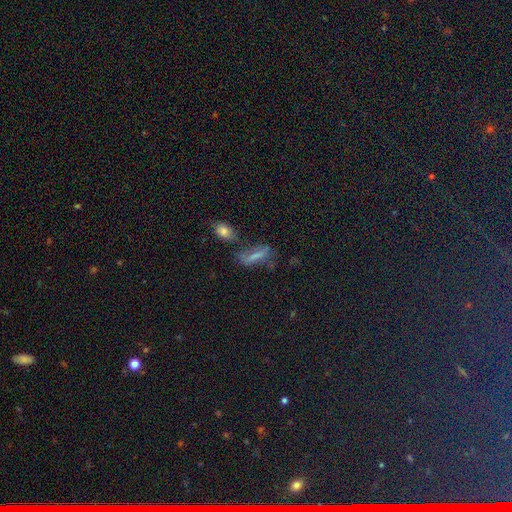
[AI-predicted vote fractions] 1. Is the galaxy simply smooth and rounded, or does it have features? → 58% smooth, 24% featured or disk, 18% star or artifact.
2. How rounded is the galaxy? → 52% in between, 42% cigar-shaped, 6% round.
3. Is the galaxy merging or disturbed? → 45% none, 22% minor disturbance, 16% merger, 16% major disturbance.